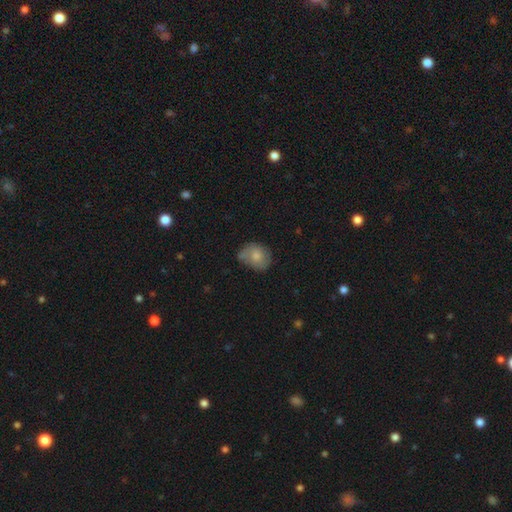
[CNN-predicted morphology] This appears to be a smooth galaxy with no disk features (72%) that is in between round and cigar-shaped (50%). Merging: none (51%).